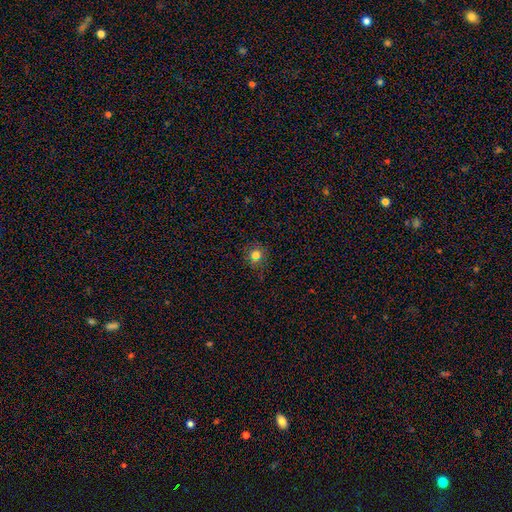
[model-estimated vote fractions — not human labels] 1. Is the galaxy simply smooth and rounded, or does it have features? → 77% smooth, 16% star or artifact, 7% featured or disk.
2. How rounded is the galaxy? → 88% round, 11% in between, 1% cigar-shaped.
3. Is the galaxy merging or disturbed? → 85% none, 11% minor disturbance, 3% major disturbance, 1% merger.